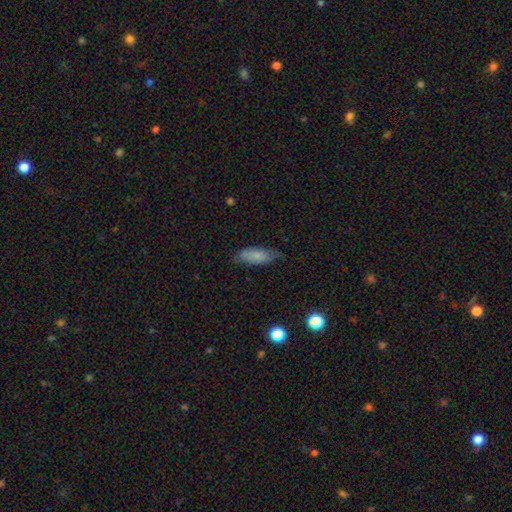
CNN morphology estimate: Smooth or featured: smooth — 78% (featured or disk — 15%)
How rounded: in between — 73% (cigar-shaped — 25%)
Merging: none — 67% (minor disturbance — 26%)